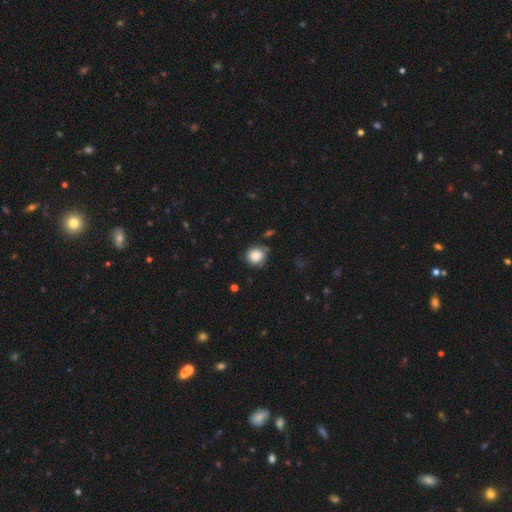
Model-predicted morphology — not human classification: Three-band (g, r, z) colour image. It shows a smooth galaxy with no disk features (83%) that is round (90%). Merging: none (78%).